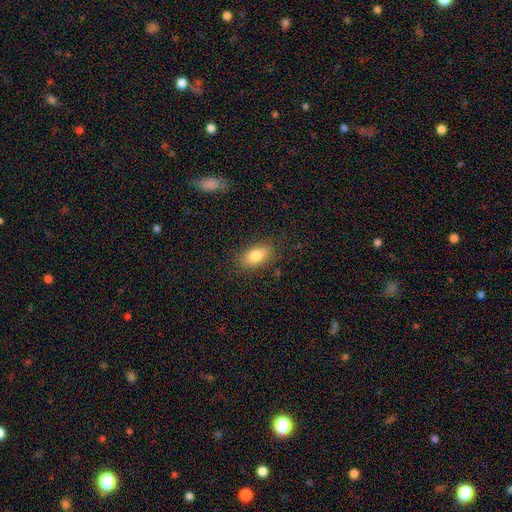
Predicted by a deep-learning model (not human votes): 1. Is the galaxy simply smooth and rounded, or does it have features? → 79% smooth, 13% featured or disk, 8% star or artifact.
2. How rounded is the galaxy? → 87% in between, 7% cigar-shaped, 5% round.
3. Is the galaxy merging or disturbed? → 84% none, 12% minor disturbance, 3% major disturbance, 1% merger.